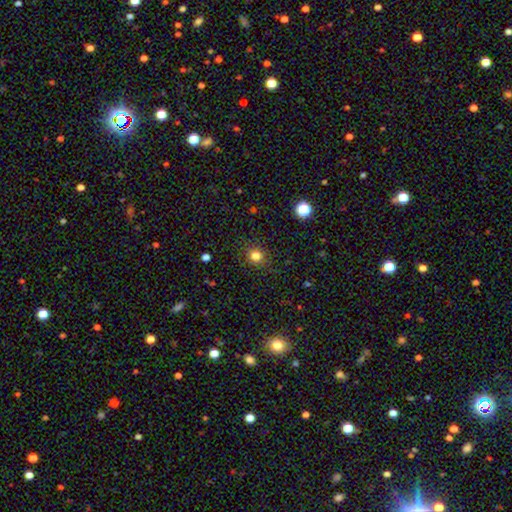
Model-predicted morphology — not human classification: The model was most divided on "smooth or featured": smooth: 80%, star or artifact: 14%, featured or disk: 5%. More confident: how rounded — round (90%); merging — none (88%).